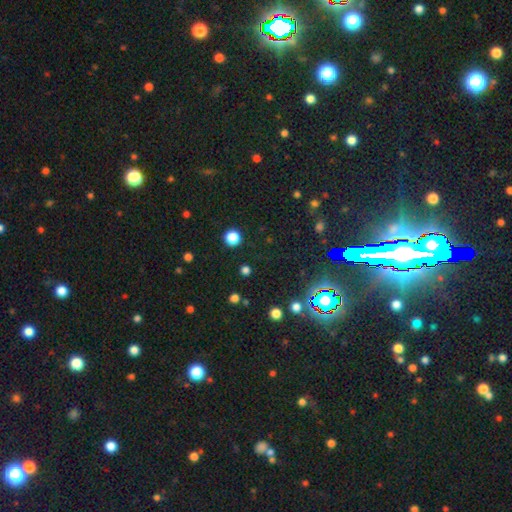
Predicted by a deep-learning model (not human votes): A star or artifact, not a galaxy (82%).

Vote fractions:
- Smooth or featured? star or artifact: 82% / smooth: 10% / featured or disk: 8%